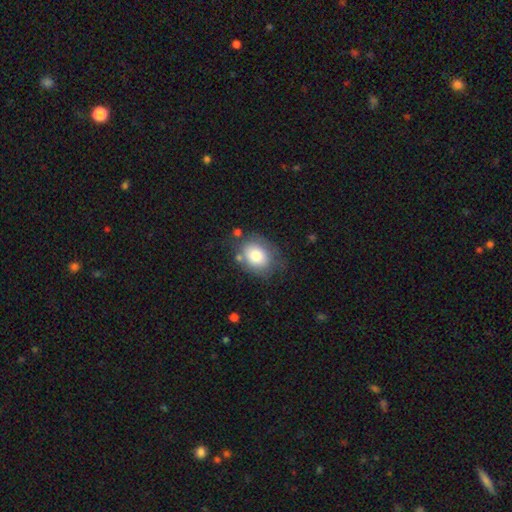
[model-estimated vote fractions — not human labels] A smooth galaxy with no disk features (78%) that is in between round and cigar-shaped (61%). Merging: none (65%).